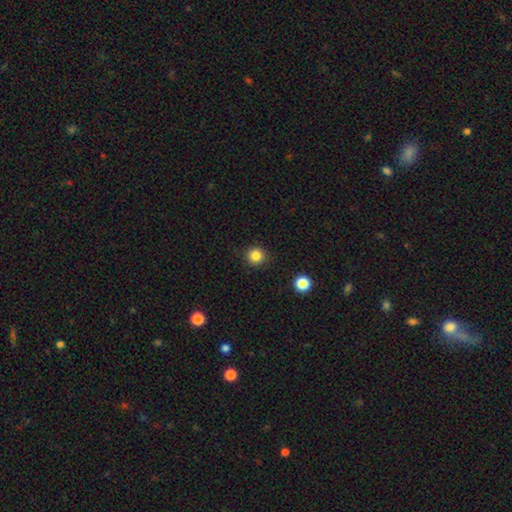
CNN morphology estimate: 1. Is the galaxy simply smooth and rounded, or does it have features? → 84% smooth, 12% star or artifact, 4% featured or disk.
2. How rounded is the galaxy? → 94% round, 5% in between, 1% cigar-shaped.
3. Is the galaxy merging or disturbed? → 90% none, 7% minor disturbance, 2% major disturbance, 1% merger.